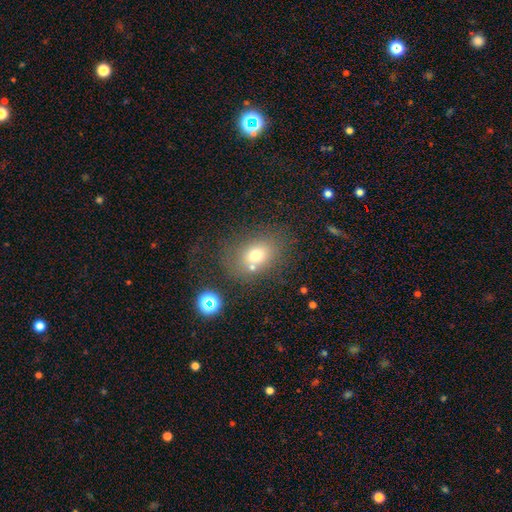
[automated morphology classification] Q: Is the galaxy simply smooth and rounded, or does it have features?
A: smooth — 69%.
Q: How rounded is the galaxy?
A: in between — 59%.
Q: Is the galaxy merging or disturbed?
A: none — 62%.